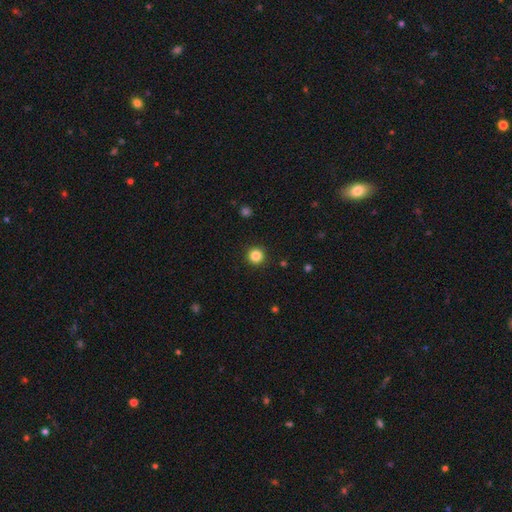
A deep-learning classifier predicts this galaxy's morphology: type=smooth (84%); roundness=round (96%); merging=none (92%).